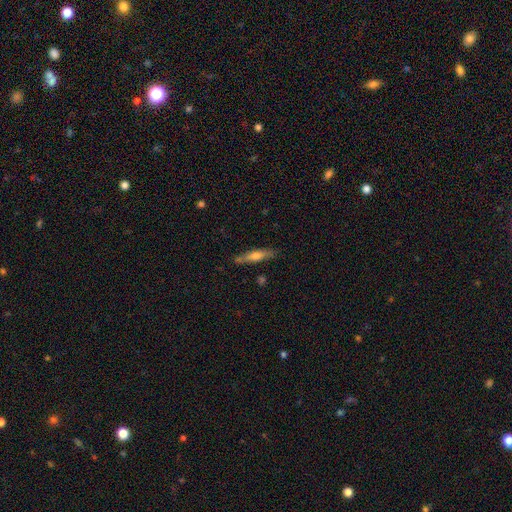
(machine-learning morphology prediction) Overall: smooth (47%, tied with featured or disk). Merging: none (82%).